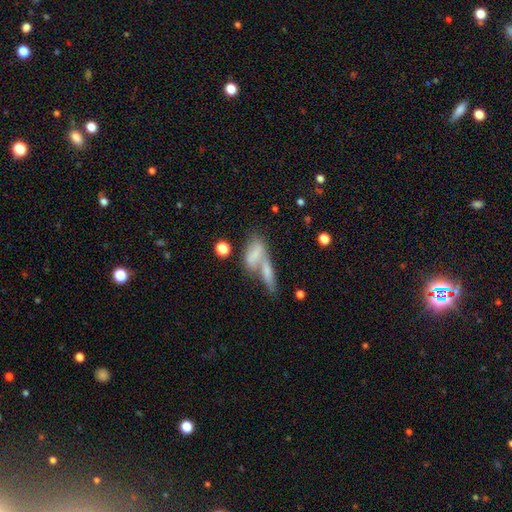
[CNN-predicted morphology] A smooth galaxy with no disk features (65%) that is in between round and cigar-shaped (71%). Merging: merger (62%).